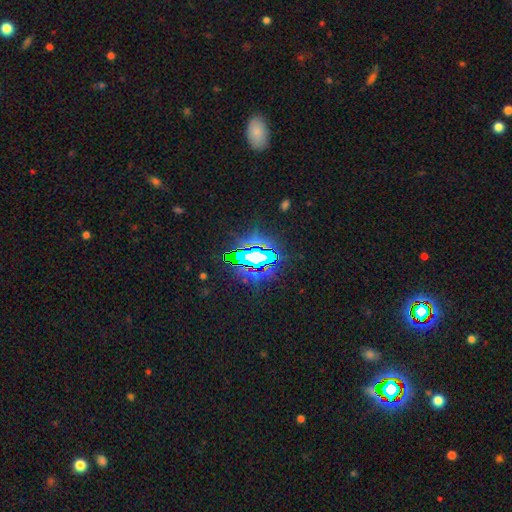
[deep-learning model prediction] smooth_or_featured: star or artifact (p=0.73) [alt: smooth p=0.14]